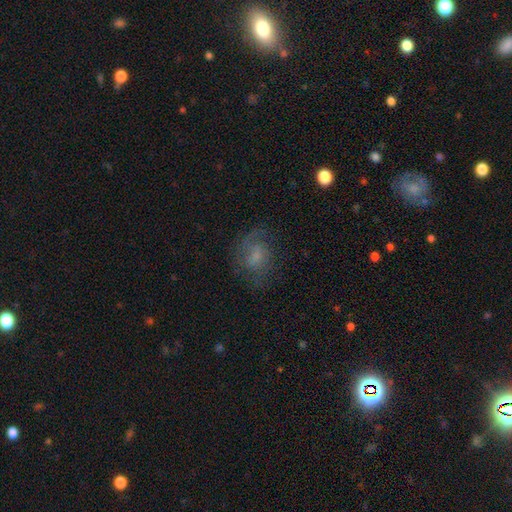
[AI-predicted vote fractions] Smooth or featured? featured or disk (52%)
Edge-on disk? no (97%)
Bar? no (57%)
Spiral arms? yes (82%)
Bulge size? small (41%)
Merging? none (65%)